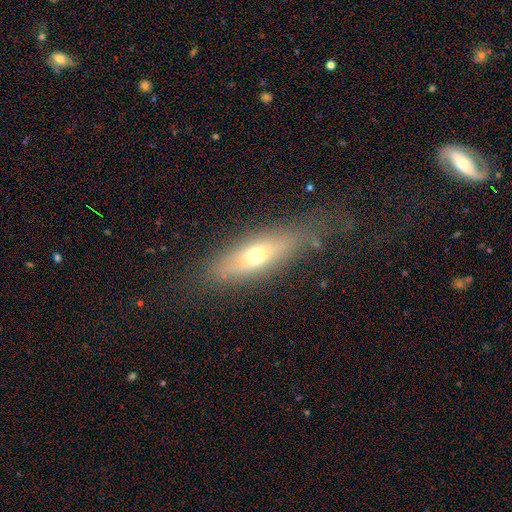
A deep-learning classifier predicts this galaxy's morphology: This is possibly a smooth galaxy (55%). How rounded: possibly in between (49%). Merging: likely none (75%).